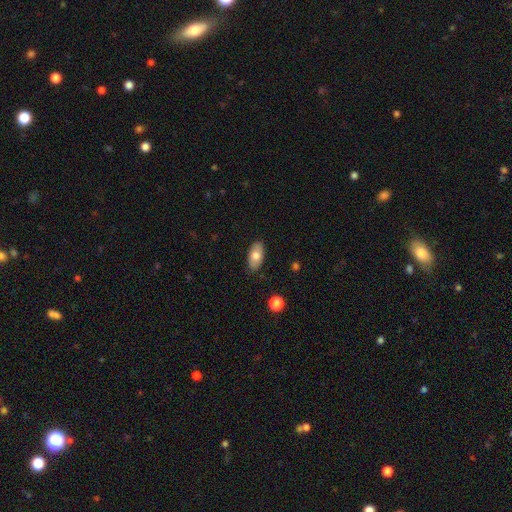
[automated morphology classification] type=smooth (75%); roundness=in between (92%); merging=none (86%).